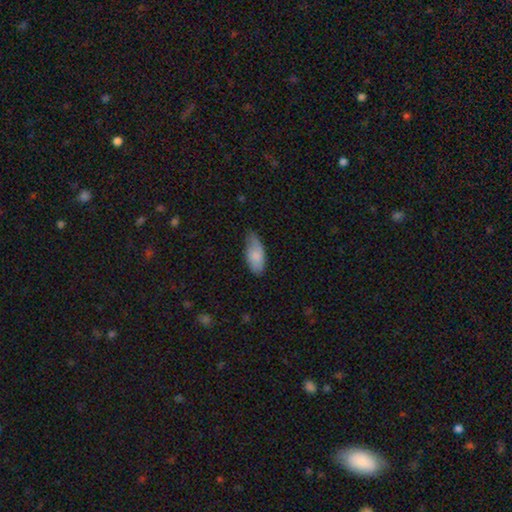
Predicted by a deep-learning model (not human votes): Overall: smooth (79%). How rounded: in between (90%). Merging: none (55%; minor disturbance 36%).